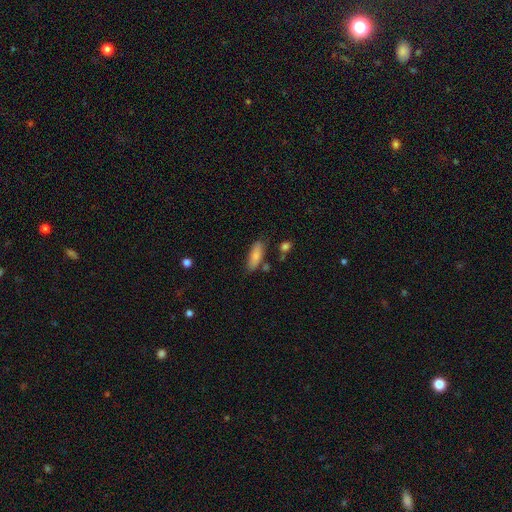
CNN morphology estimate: Overall: smooth (84%). How rounded: in between (67%; cigar-shaped 31%). Merging: none (73%).